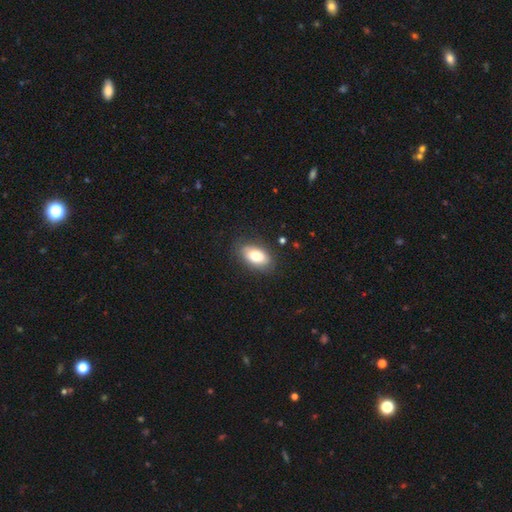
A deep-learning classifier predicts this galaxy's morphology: Overall: smooth (75%). How rounded: in between (92%). Merging: none (81%).